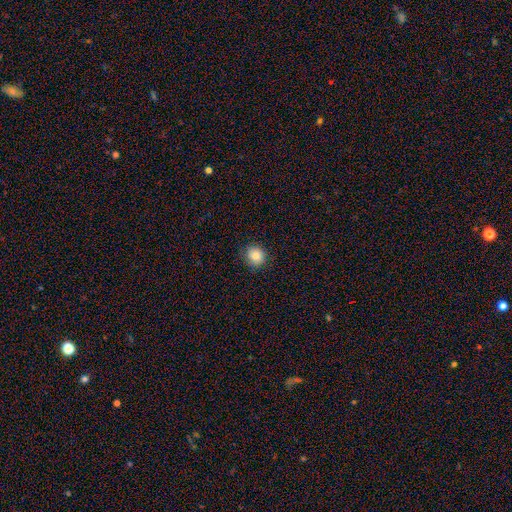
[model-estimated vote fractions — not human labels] Overall: smooth (83%). How rounded: round (87%). Merging: none (86%).